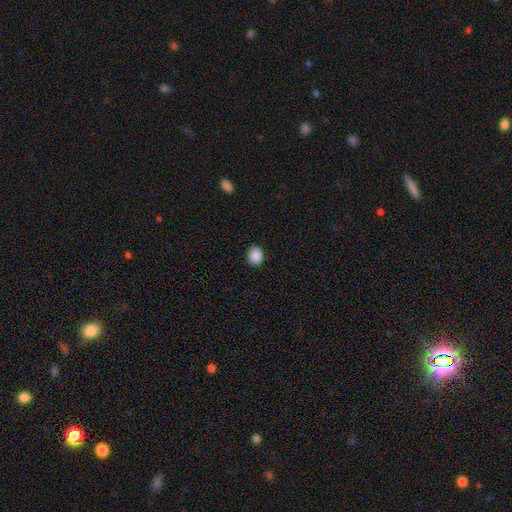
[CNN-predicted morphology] This appears to be a smooth galaxy with no disk features (89%) that is round (63%). Merging: none (90%).